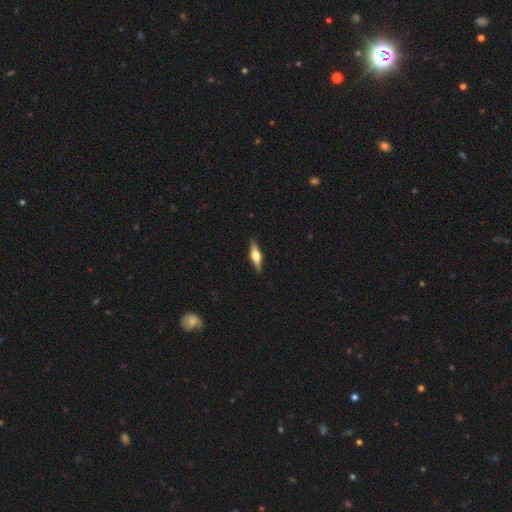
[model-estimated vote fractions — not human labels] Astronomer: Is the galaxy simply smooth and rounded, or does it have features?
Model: featured or disk — 64%.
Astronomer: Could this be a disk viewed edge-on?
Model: yes — 96%.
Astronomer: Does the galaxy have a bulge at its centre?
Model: rounded — 94%.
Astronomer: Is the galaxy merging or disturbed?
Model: none — 89%.